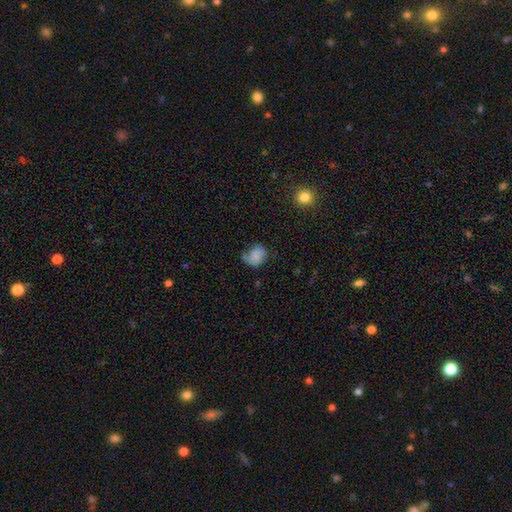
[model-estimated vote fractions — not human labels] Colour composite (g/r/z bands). It shows a smooth galaxy with no disk features (66%) that is in between round and cigar-shaped (51%). Merging: none (37%).